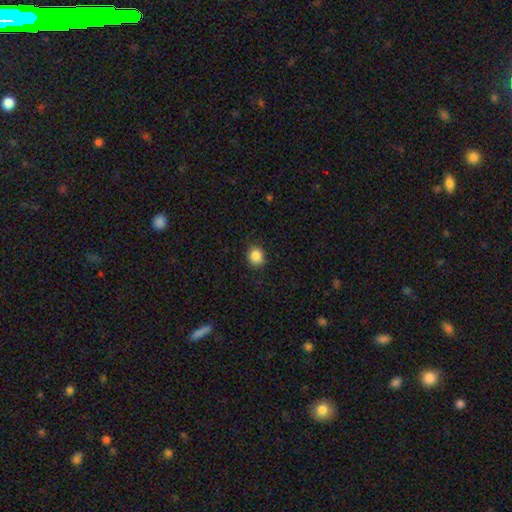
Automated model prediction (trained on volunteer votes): The model was most divided on "how rounded": round: 77%, in between: 22%, cigar-shaped: 1%. More confident: merging — none (88%); smooth or featured — smooth (86%).